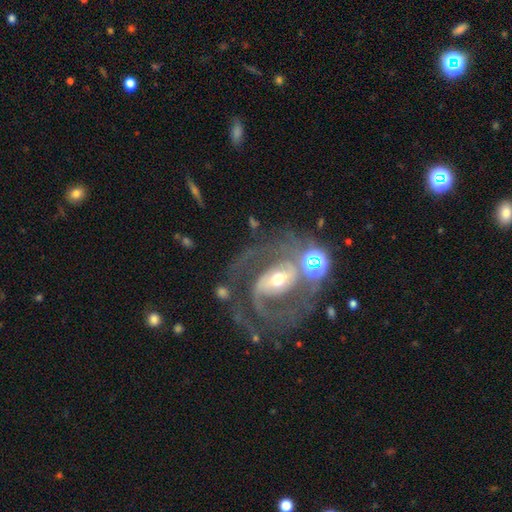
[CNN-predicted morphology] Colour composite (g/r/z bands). It shows a featured or disk galaxy (88%) with a strong bar (39%), 2 (78%) medium (47%) spiral arms (92%) and a small central bulge (47%). Merging: none (60%).